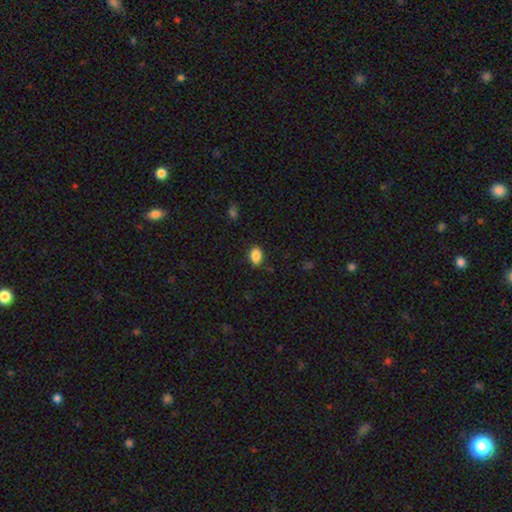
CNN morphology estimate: The model was most divided on "how rounded": in between: 83%, round: 16%, cigar-shaped: 1%. More confident: smooth or featured — smooth (88%); merging — none (83%).